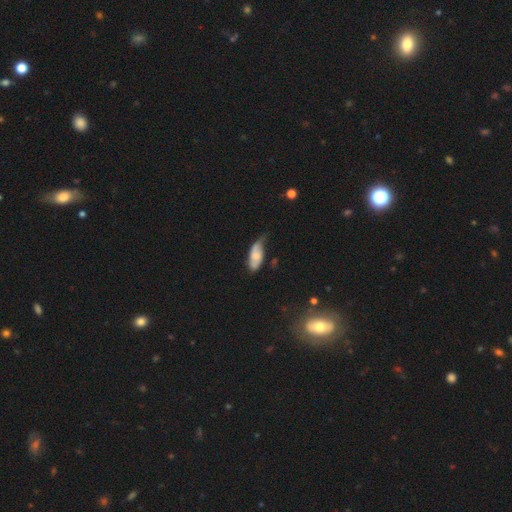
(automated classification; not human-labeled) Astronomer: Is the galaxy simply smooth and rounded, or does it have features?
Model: smooth — 54% (runner-up: featured or disk, 38%).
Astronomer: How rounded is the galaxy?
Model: in between — 83%.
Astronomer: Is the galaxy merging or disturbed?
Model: minor disturbance — 43% (runner-up: none, 36%).